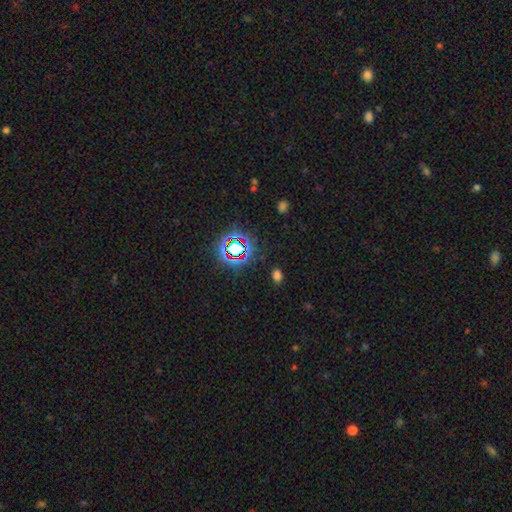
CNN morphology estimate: smooth_or_featured: star or artifact (p=0.67) [alt: smooth p=0.20]